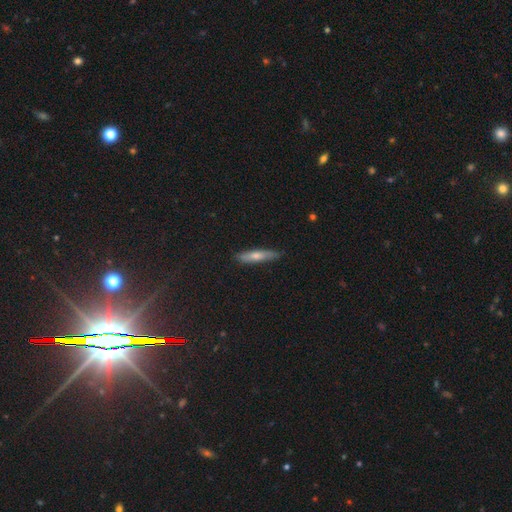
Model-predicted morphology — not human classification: smooth-or-featured: smooth: 59% | featured or disk: 34% | star or artifact: 7%
  how-rounded: cigar-shaped: 86% | in between: 12% | round: 2%
  merging: none: 86% | minor disturbance: 11% | major disturbance: 2% | merger: 1%